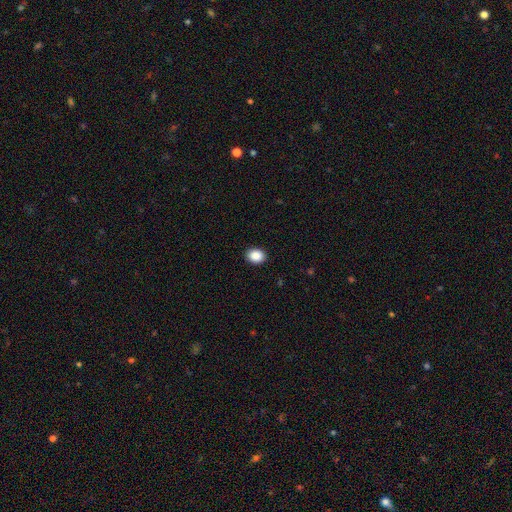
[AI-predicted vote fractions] Q: Smooth or featured?
A: smooth (88%); runner-up: star or artifact (8%)
Q: How rounded?
A: in between (57%); runner-up: round (42%)
Q: Merging?
A: none (91%); runner-up: minor disturbance (6%)